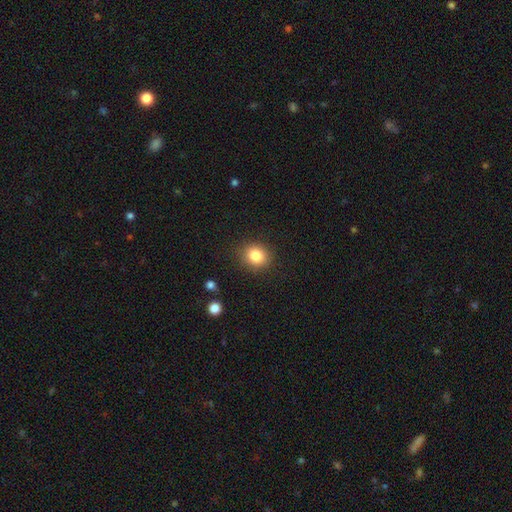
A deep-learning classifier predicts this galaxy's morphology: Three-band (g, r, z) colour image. It shows a smooth galaxy with no disk features (84%) that is round (73%). Merging: none (87%).